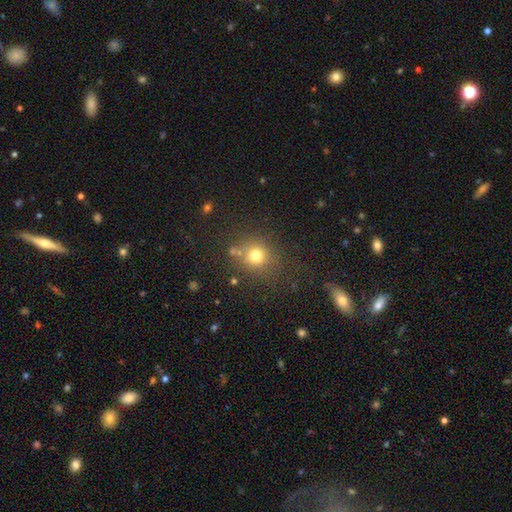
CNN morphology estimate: Q: Smooth or featured?
A: smooth (74%); runner-up: star or artifact (18%)
Q: How rounded?
A: round (87%); runner-up: in between (12%)
Q: Merging?
A: none (77%); runner-up: minor disturbance (11%)